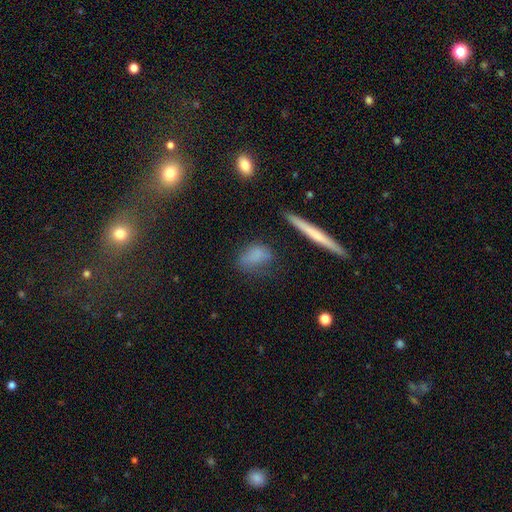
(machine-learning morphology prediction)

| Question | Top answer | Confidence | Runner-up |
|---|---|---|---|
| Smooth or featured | smooth | 74% | featured or disk (15%) |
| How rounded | in between | 67% | round (17%) |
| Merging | none | 58% | minor disturbance (27%) |